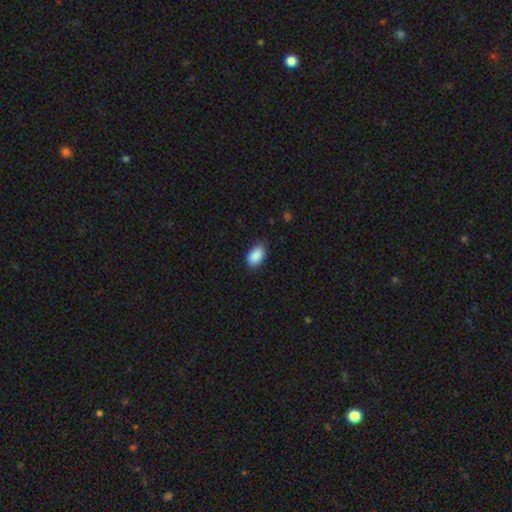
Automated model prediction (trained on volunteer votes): Morphology: type=smooth (90%); roundness=in between (92%); merging=none (84%).